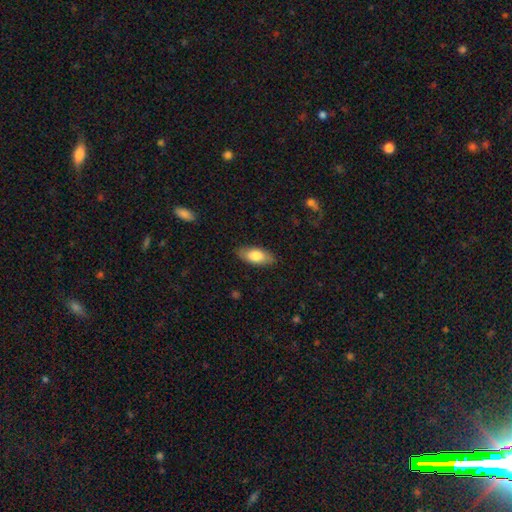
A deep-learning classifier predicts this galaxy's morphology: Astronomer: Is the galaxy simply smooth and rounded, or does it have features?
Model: smooth — 78%.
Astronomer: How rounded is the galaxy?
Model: in between — 88%.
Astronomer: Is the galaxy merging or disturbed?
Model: none — 85%.